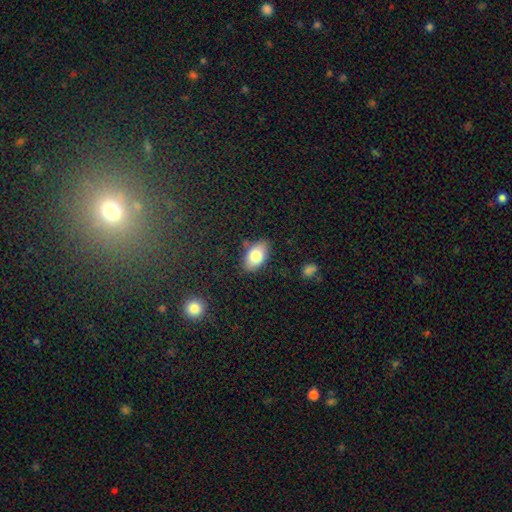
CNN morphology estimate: Smooth or featured: smooth — 79% (featured or disk — 14%)
How rounded: in between — 93% (round — 5%)
Merging: none — 82% (minor disturbance — 13%)